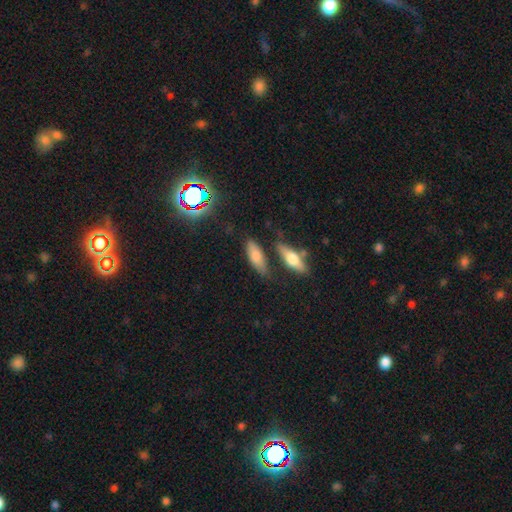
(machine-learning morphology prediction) Smooth or featured? Predicted: smooth (p=0.65). How rounded? Predicted: in between (p=0.57). Merging? Predicted: none (p=0.71).